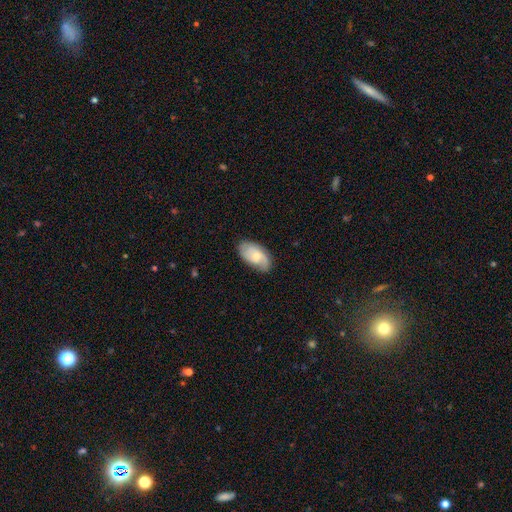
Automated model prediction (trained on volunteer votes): A smooth galaxy with no disk features (48%). Merging: none (76%).